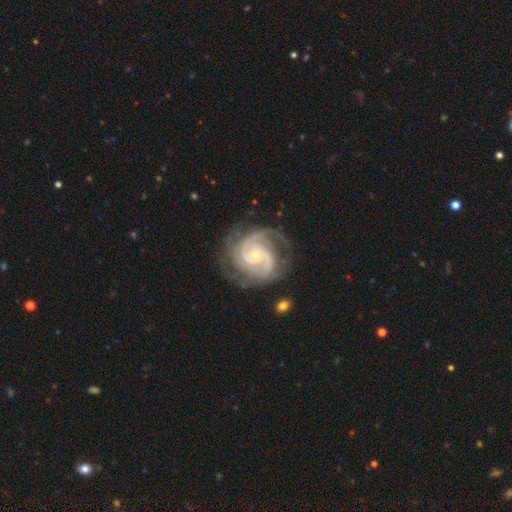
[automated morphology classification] type=featured or disk (92%); edge-on=no (98%); bar=no (66%); spiral arms=yes (98%); winding=tight (61%); arm count=2 (43%); bulge=small (75%); merging=none (72%).